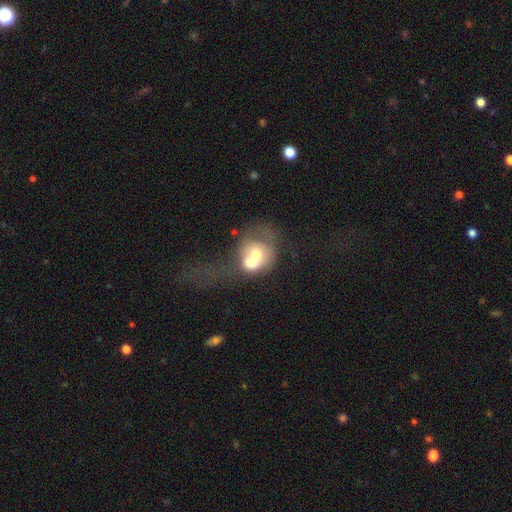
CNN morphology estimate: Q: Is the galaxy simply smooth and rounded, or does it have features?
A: smooth — 53%.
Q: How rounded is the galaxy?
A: round — 63%.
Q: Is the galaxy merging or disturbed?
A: merger — 66%.